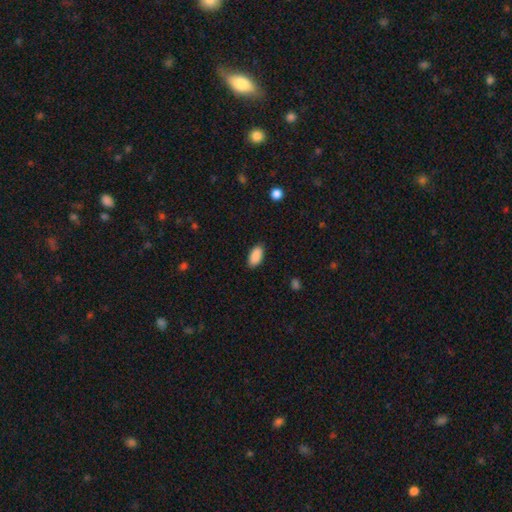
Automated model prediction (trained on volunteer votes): Smooth or featured? Predicted: smooth (p=0.90). How rounded? Predicted: in between (p=0.93). Merging? Predicted: none (p=0.87).